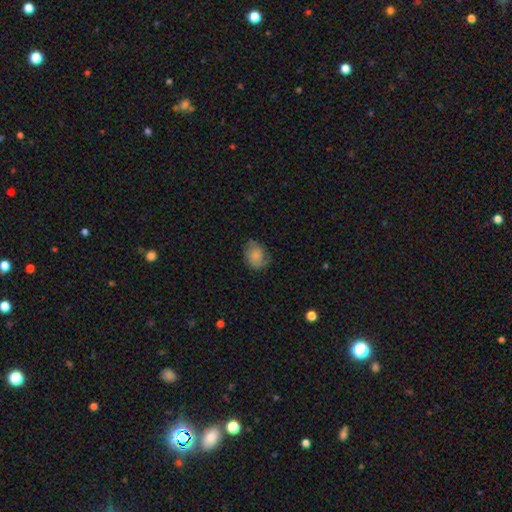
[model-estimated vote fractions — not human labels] A smooth galaxy with no disk features (64%) that is round (51%).

Vote fractions:
- Smooth or featured? smooth: 64% / featured or disk: 28% / star or artifact: 8%
- How rounded? round: 51% / in between: 48% / cigar-shaped: 1%
- Merging? none: 65% / minor disturbance: 25% / major disturbance: 9% / merger: 1%